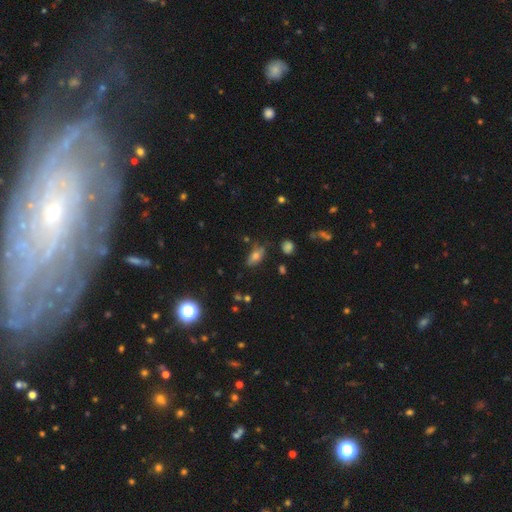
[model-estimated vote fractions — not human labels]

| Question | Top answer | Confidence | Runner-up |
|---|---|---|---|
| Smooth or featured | smooth | 71% | featured or disk (17%) |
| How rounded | in between | 84% | cigar-shaped (11%) |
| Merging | none | 69% | minor disturbance (22%) |